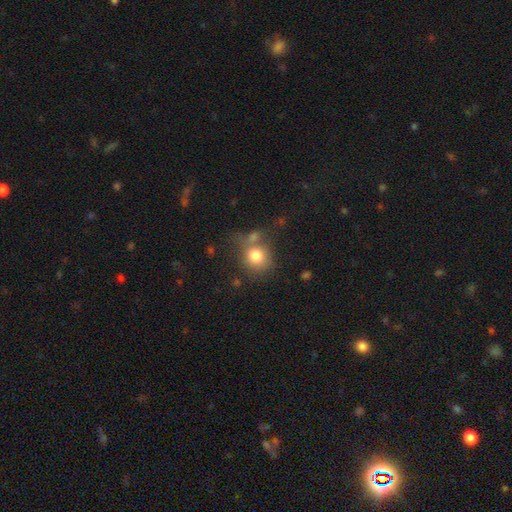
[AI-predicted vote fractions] smooth_or_featured: smooth (p=0.79) [alt: featured or disk p=0.11]
how_rounded: round (p=0.77) [alt: in between p=0.22]
merging: none (p=0.54) [alt: merger p=0.19]